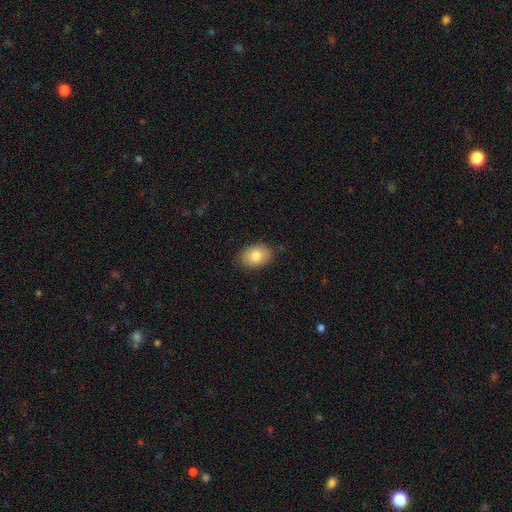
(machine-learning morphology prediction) This appears to be a smooth galaxy with no disk features (79%) that is in between round and cigar-shaped (83%). Merging: none (83%).